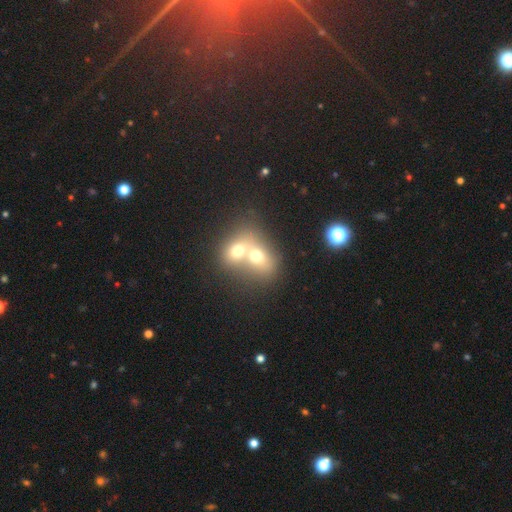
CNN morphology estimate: This appears to be a smooth galaxy with no disk features (60%) that is round (52%). Merging: merger (77%).